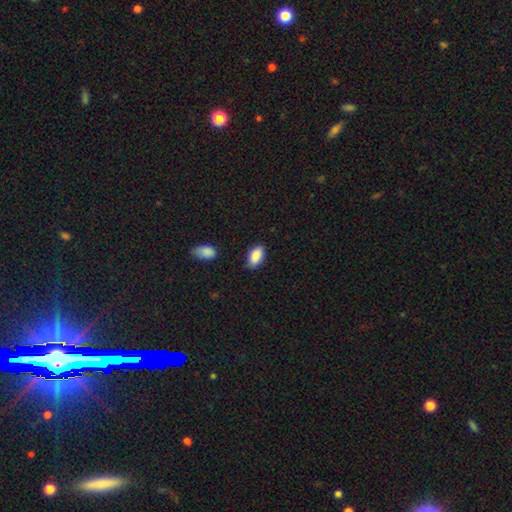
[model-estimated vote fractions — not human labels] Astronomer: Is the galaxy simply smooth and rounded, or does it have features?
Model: smooth — 89%.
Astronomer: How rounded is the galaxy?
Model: in between — 93%.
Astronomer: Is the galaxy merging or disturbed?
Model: none — 80%.